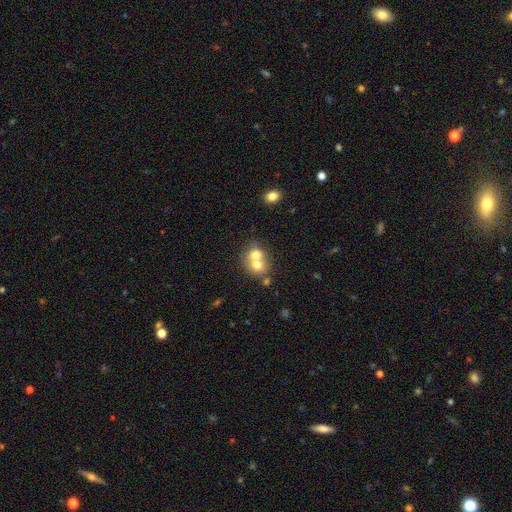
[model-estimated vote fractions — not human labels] Smooth or featured: smooth — 67% (featured or disk — 22%)
How rounded: round — 69% (in between — 31%)
Merging: merger — 68% (none — 24%)